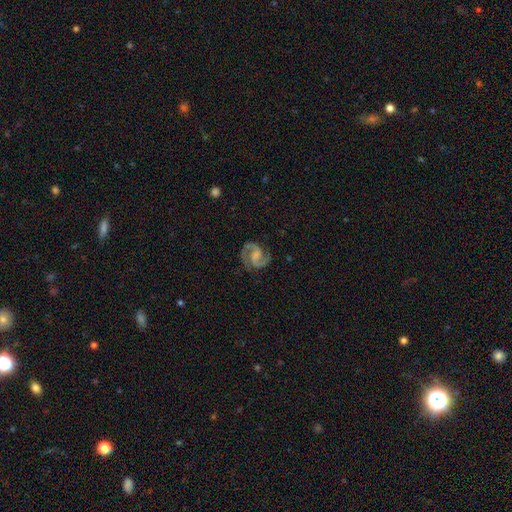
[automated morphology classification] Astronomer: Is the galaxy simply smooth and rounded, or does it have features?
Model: featured or disk — 91%.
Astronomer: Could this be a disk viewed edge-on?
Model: no — 98%.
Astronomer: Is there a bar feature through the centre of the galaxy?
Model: weak — 43%, tied with no at 43%.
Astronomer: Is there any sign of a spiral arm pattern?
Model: yes — 98%.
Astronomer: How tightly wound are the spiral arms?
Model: medium — 60%.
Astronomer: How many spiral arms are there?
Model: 2 — 93%.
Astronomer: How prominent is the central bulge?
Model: none — 38% (runner-up: moderate, 27%).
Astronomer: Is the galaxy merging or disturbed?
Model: none — 80%.